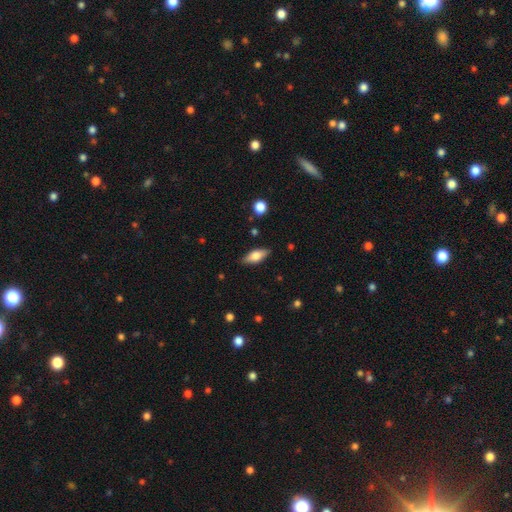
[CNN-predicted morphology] A smooth galaxy with no disk features (66%) that is in between round and cigar-shaped (77%). Merging: none (85%).